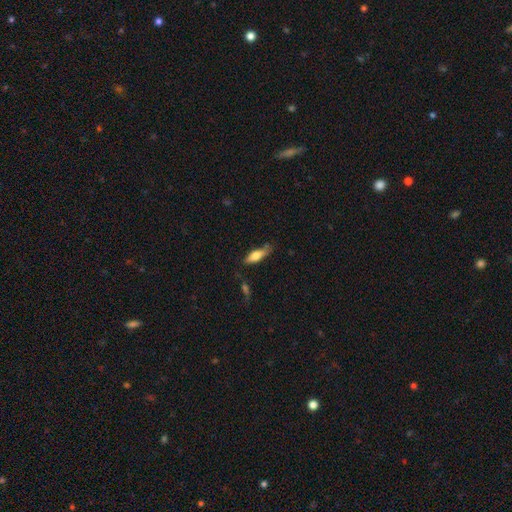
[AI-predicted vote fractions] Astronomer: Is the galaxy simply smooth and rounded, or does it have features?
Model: smooth — 64%.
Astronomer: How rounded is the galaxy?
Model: cigar-shaped — 51% (runner-up: in between, 47%).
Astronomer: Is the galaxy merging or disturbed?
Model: none — 67%.